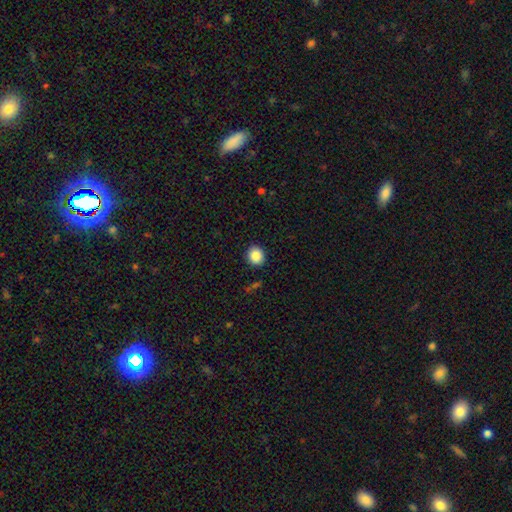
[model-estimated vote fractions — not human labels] The model was most divided on "how rounded": round: 77%, in between: 22%, cigar-shaped: 1%. More confident: merging — none (90%); smooth or featured — smooth (87%).